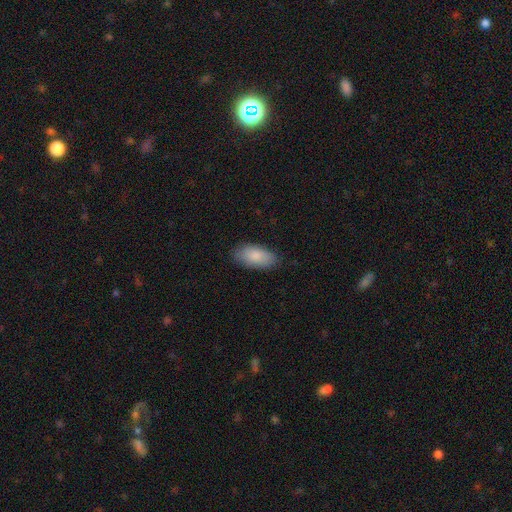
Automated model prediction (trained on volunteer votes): Morphology: type=smooth (86%); roundness=in between (93%); merging=none (82%).